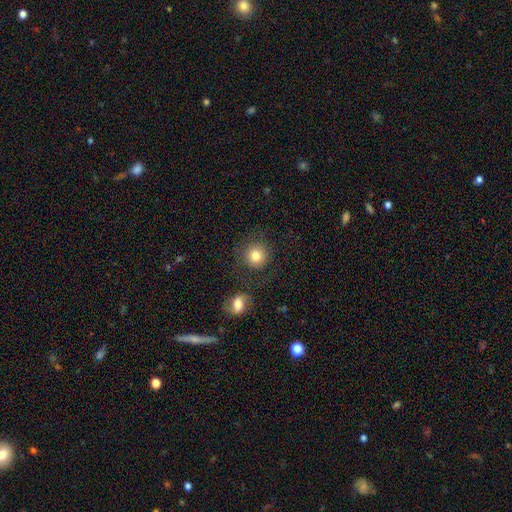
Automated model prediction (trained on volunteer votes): smooth 82%, star or artifact 10%, featured or disk 8%. Down the decision tree: how rounded — round (90%); merging — none (76%).